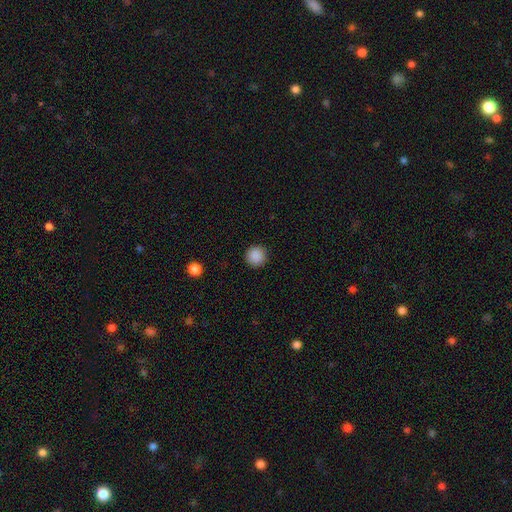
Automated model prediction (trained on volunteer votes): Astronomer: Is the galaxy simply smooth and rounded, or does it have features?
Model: smooth — 89%.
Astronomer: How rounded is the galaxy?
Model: round — 96%.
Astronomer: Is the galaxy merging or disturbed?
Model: none — 92%.